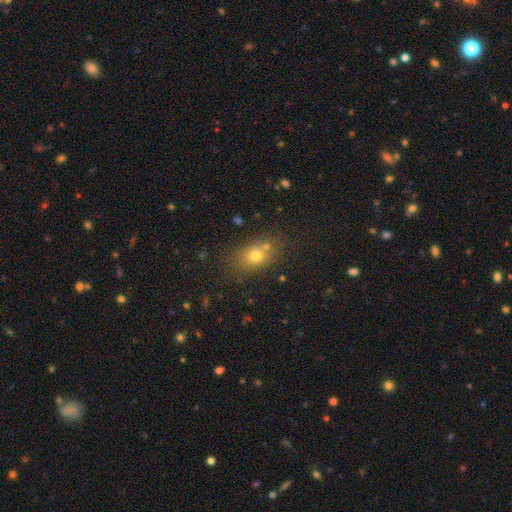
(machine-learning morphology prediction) Q: Smooth or featured?
A: smooth (71%); runner-up: star or artifact (16%)
Q: How rounded?
A: in between (59%); runner-up: round (38%)
Q: Merging?
A: none (66%); runner-up: merger (16%)